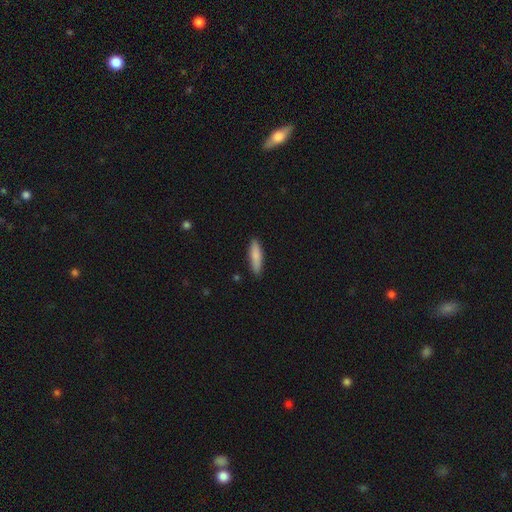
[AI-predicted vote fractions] smooth-or-featured: smooth: 82% | featured or disk: 12% | star or artifact: 6%
  how-rounded: cigar-shaped: 68% | in between: 30% | round: 2%
  merging: none: 88% | minor disturbance: 9% | major disturbance: 2% | merger: 1%